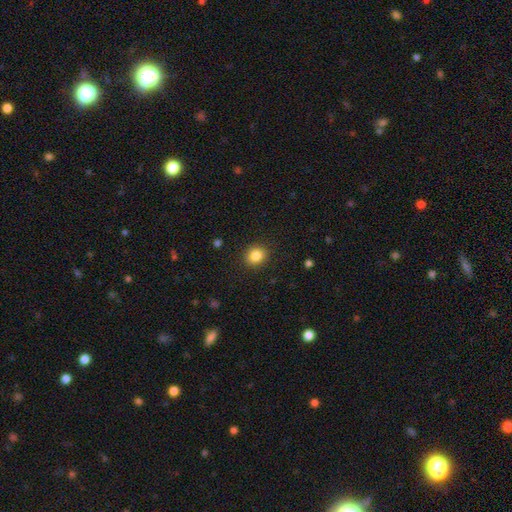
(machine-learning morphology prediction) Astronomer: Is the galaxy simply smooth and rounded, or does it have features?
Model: smooth — 84%.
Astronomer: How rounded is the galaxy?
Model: round — 74%.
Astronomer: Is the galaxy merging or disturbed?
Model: none — 90%.